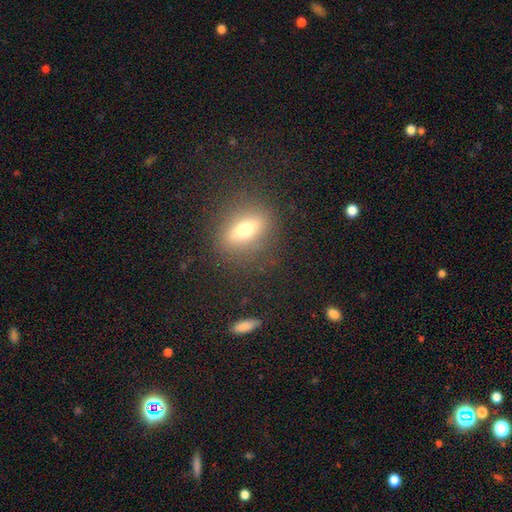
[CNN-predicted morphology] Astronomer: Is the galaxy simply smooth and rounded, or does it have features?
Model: featured or disk — 42% (runner-up: smooth, 40%).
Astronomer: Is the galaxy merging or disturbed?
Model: none — 85%.